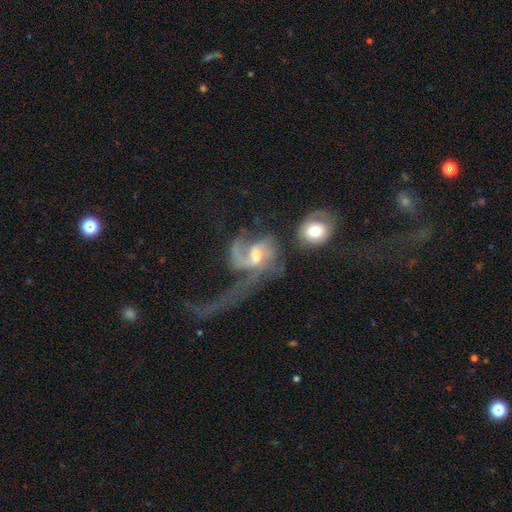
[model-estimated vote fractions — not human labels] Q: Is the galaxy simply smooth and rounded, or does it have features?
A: featured or disk — 82%.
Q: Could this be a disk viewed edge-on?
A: no — 96%.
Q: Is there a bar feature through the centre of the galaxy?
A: no — 44%.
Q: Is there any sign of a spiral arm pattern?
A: yes — 91%.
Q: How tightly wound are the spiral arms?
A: loose — 56%.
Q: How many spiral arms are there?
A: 2 — 50%.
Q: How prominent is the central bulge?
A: moderate — 59%.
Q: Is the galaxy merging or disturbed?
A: major disturbance — 49%.